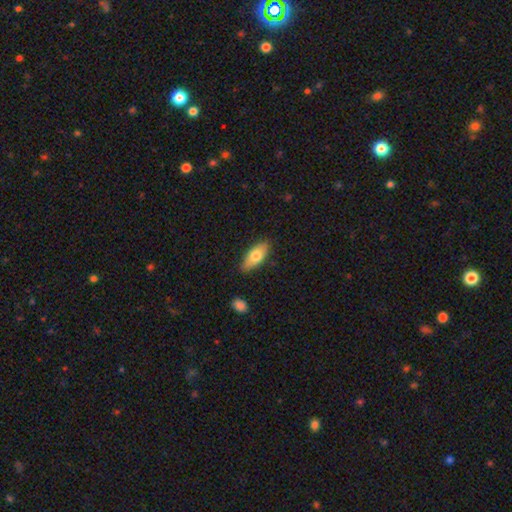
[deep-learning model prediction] A smooth galaxy with no disk features (72%) that is in between round and cigar-shaped (82%). Merging: none (84%).